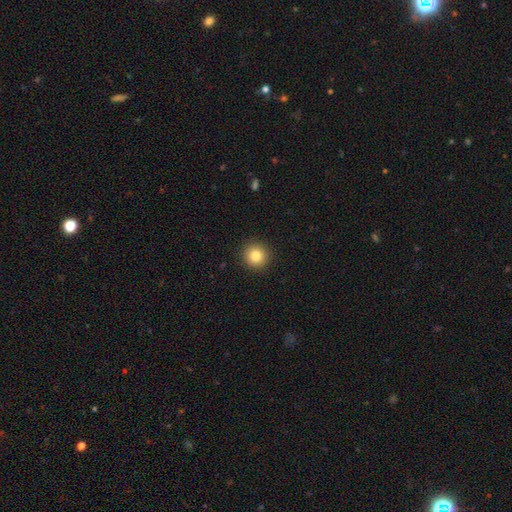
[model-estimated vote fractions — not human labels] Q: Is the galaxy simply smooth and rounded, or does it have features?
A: smooth — 83%.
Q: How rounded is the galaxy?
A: round — 94%.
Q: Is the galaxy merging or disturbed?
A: none — 92%.